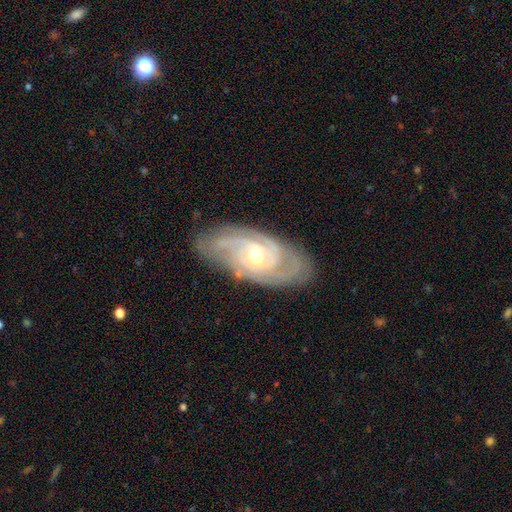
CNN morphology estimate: Overall: featured or disk (88%). Edge-on disk: no (94%). Bar: no (58%; weak 33%). Spiral arms: yes (97%). Spiral arm count: 3 (36%; 2 18%). Spiral winding: tight (67%; medium 28%). Bulge size: moderate (50%; small 47%). Merging: none (80%).